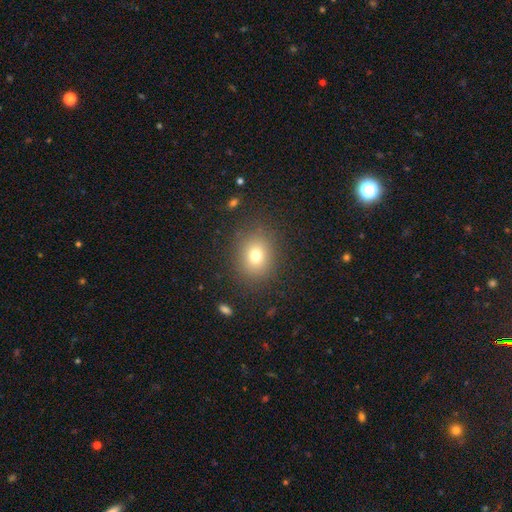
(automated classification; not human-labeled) smooth 74%, star or artifact 15%, featured or disk 11%. Down the decision tree: how rounded — round (65%); merging — none (85%).